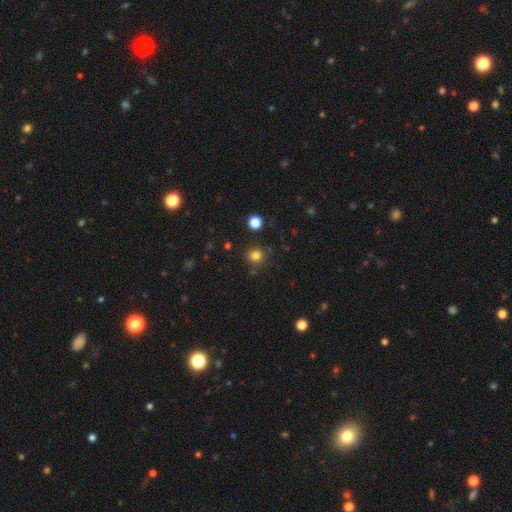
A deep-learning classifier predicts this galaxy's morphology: Q: Smooth or featured?
A: smooth (80%); runner-up: star or artifact (15%)
Q: How rounded?
A: round (91%); runner-up: in between (8%)
Q: Merging?
A: none (86%); runner-up: minor disturbance (8%)